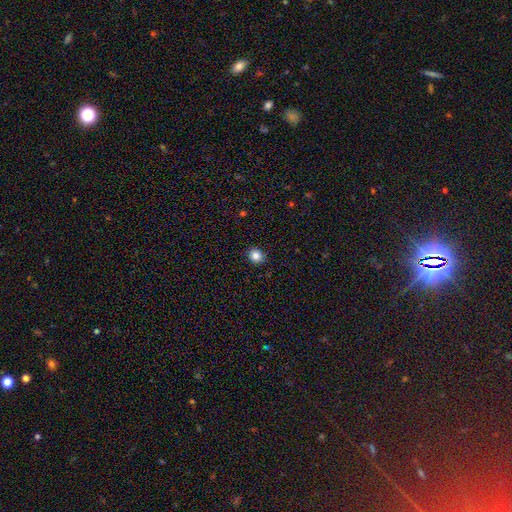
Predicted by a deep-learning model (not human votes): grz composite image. It shows a smooth galaxy with no disk features (84%) that is round (79%). Merging: none (91%).